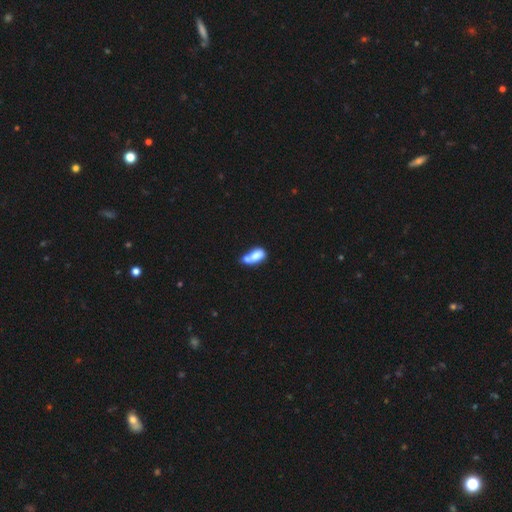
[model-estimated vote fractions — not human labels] Smooth or featured? smooth (74%)
How rounded? in between (84%)
Merging? merger (56%)